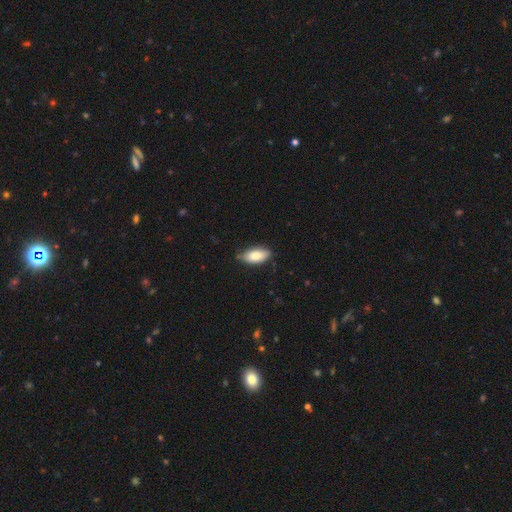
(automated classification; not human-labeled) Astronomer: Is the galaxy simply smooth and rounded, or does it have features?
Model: smooth — 83%.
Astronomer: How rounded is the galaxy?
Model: in between — 90%.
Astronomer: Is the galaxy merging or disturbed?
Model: none — 76%.